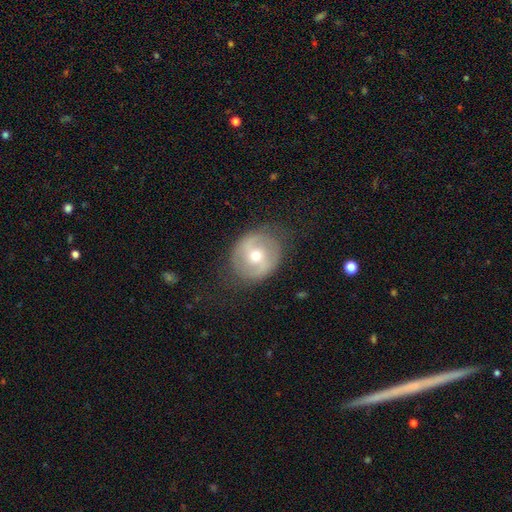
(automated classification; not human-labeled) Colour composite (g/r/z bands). It shows a featured or disk galaxy (67%) with a weak bar (40%), spiral arms (73%) and a moderate central bulge (59%). Merging: none (78%).